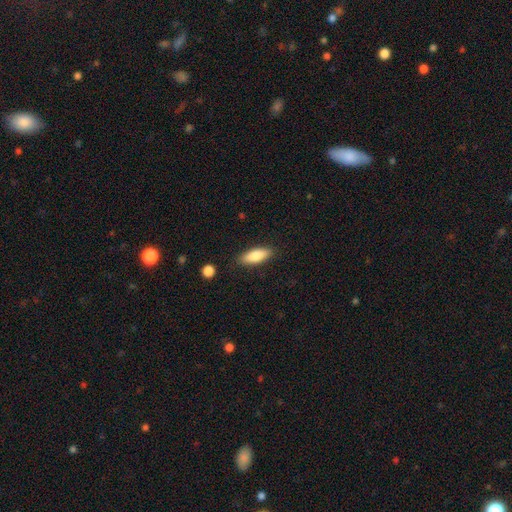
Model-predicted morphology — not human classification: type=smooth (83%); roundness=in between (67%); merging=none (86%).